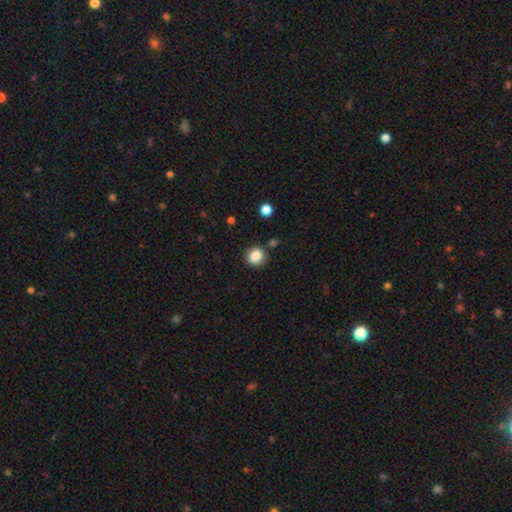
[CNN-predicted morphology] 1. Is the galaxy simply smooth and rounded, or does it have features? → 85% smooth, 10% star or artifact, 5% featured or disk.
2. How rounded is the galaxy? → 78% round, 21% in between, 1% cigar-shaped.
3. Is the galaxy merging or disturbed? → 81% none, 12% minor disturbance, 5% merger, 3% major disturbance.